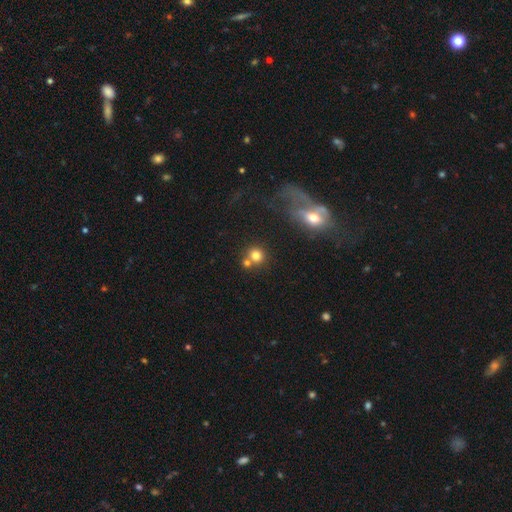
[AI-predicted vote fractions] Q: Smooth or featured?
A: smooth (77%); runner-up: star or artifact (13%)
Q: How rounded?
A: round (88%); runner-up: in between (11%)
Q: Merging?
A: none (57%); runner-up: merger (31%)